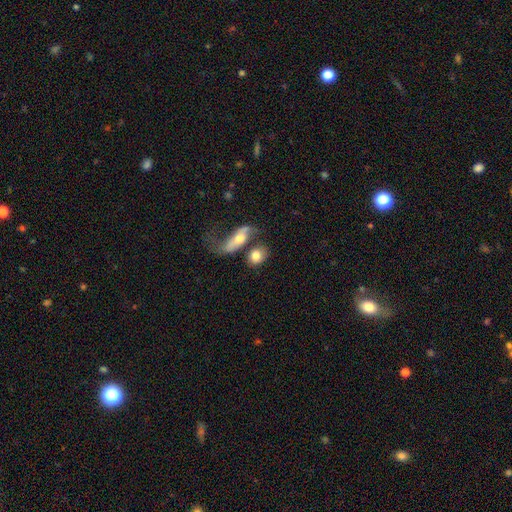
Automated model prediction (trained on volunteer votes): smooth 71%, featured or disk 22%, star or artifact 7%. Down the decision tree: how rounded — in between (64%); merging — merger (42%).